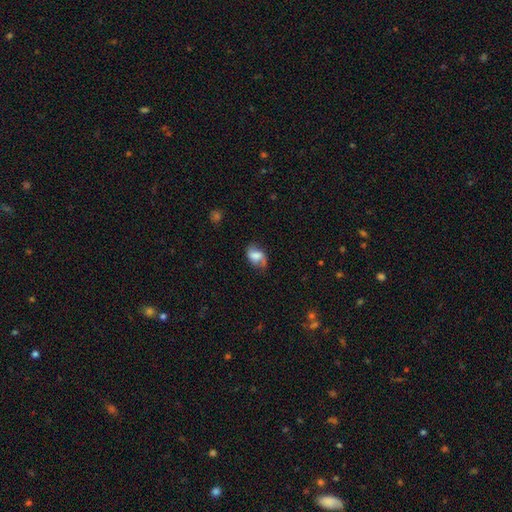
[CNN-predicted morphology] This is possibly a smooth galaxy (50%). Merging: likely none (62%).